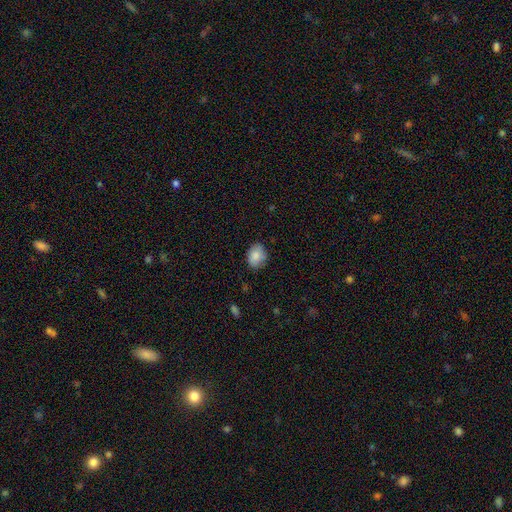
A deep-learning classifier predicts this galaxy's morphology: A smooth galaxy with no disk features (86%) that is in between round and cigar-shaped (61%). Merging: none (79%).